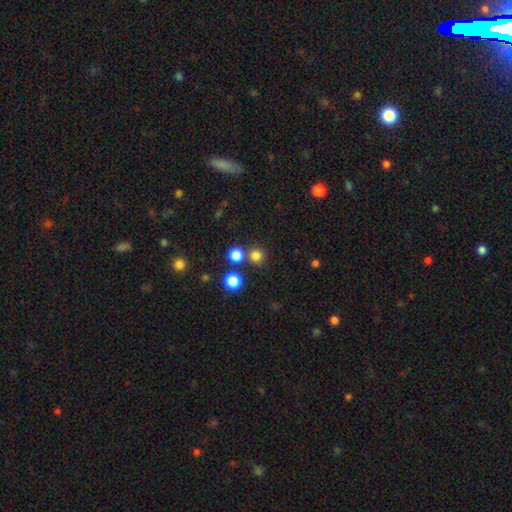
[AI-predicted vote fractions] This appears to be a smooth galaxy with no disk features (78%) that is round (94%). Merging: none (80%).